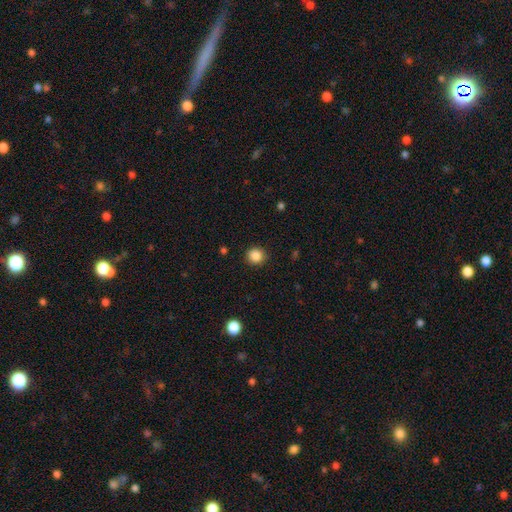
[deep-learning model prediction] The model was most divided on "smooth or featured": smooth: 87%, star or artifact: 10%, featured or disk: 3%. More confident: merging — none (90%); how rounded — round (88%).